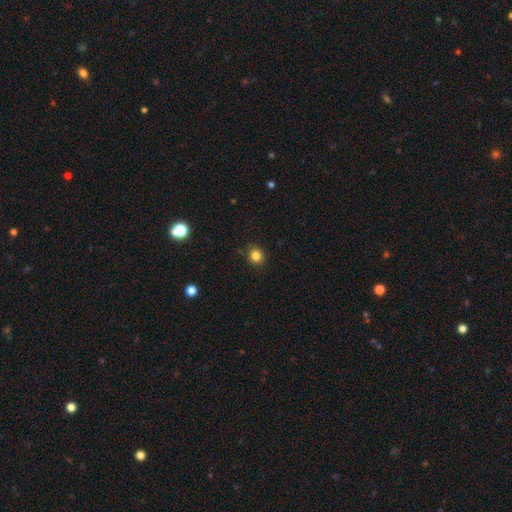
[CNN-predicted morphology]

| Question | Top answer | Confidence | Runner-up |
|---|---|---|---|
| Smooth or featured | smooth | 83% | star or artifact (12%) |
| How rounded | round | 82% | in between (17%) |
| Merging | none | 86% | minor disturbance (11%) |